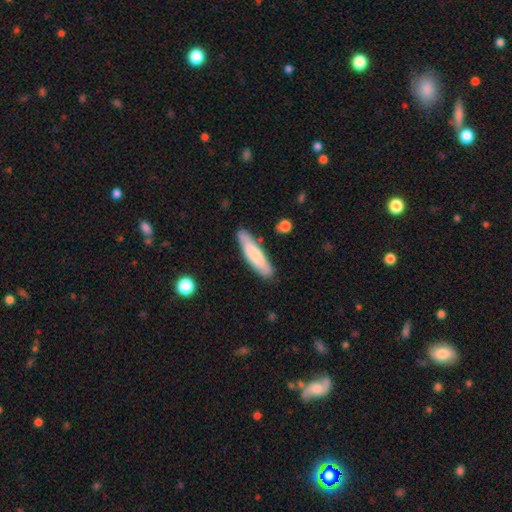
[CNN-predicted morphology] Q: Smooth or featured?
A: smooth (78%); runner-up: featured or disk (16%)
Q: How rounded?
A: cigar-shaped (73%); runner-up: in between (25%)
Q: Merging?
A: none (82%); runner-up: minor disturbance (13%)